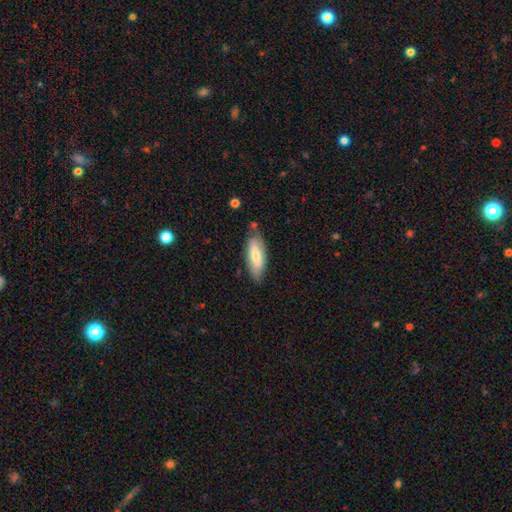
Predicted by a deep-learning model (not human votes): A smooth galaxy with no disk features (63%) that is in between round and cigar-shaped (71%).

Vote fractions:
- Smooth or featured? smooth: 63% / featured or disk: 31% / star or artifact: 6%
- How rounded? in between: 71% / cigar-shaped: 27% / round: 2%
- Merging? none: 72% / minor disturbance: 20% / major disturbance: 4% / merger: 4%